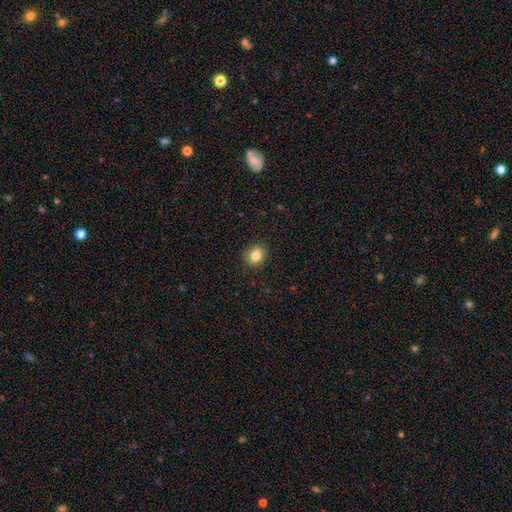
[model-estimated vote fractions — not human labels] Overall: smooth (84%). How rounded: round (70%). Merging: none (88%).